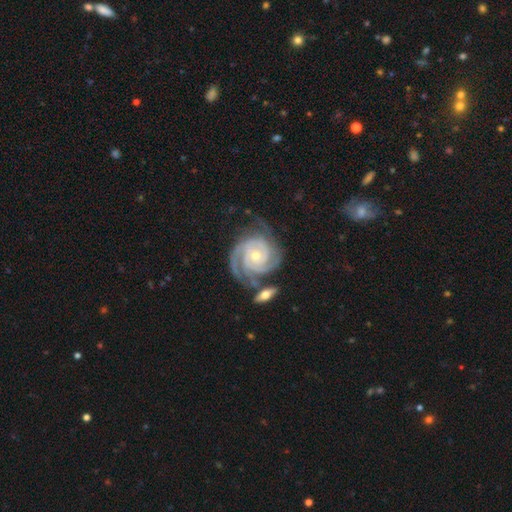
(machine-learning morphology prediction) Smooth or featured?
  - featured or disk: 92% *
  - star or artifact: 4%
  - smooth: 4%
Edge-on disk?
  - no: 97% *
  - yes: 3%
Bar?
  - no: 73% *
  - weak: 20%
  - strong: 7%
Spiral arms?
  - yes: 98% *
  - no: 2%
Spiral winding?
  - tight: 77% *
  - medium: 20%
  - loose: 3%
Spiral arm count?
  - 3: 43% *
  - 2: 26%
  - 4: 11%
  - can't tell: 10%
  - more than 4: 5%
  - 1: 4%
Bulge size?
  - small: 51% *
  - moderate: 46%
  - large: 1%
  - none: 1%
  - dominant: 1%
Merging?
  - none: 57% *
  - minor disturbance: 22%
  - merger: 11%
  - major disturbance: 11%